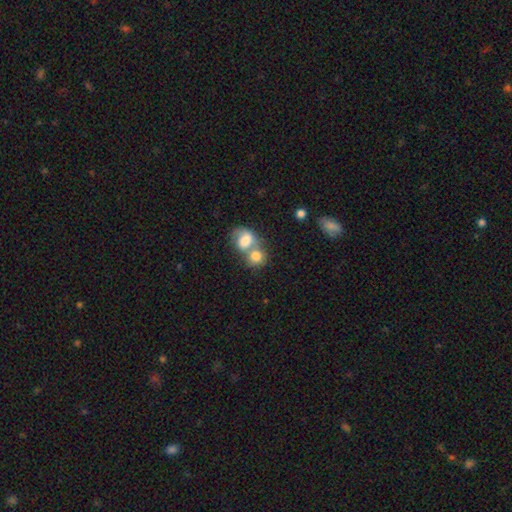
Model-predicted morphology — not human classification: smooth 77%, featured or disk 15%, star or artifact 8%. Down the decision tree: how rounded — round (64%); merging — merger (67%).